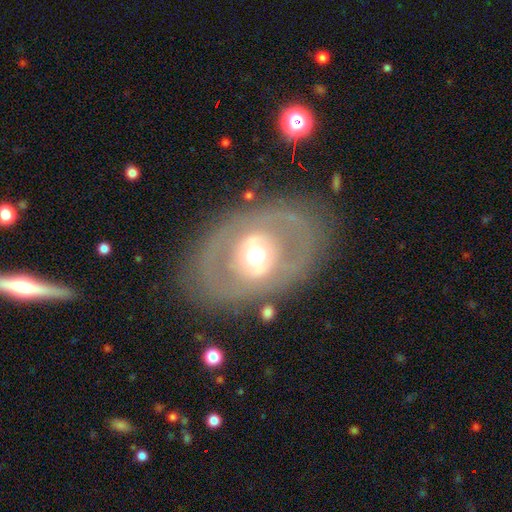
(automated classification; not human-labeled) This is likely a featured or disk galaxy (61%). It is clearly not viewed edge-on (92%). Bar: likely no (66%). Spiral arm pattern: clearly no (80%). Central bulge: possibly moderate (58%). Merging: likely none (76%).